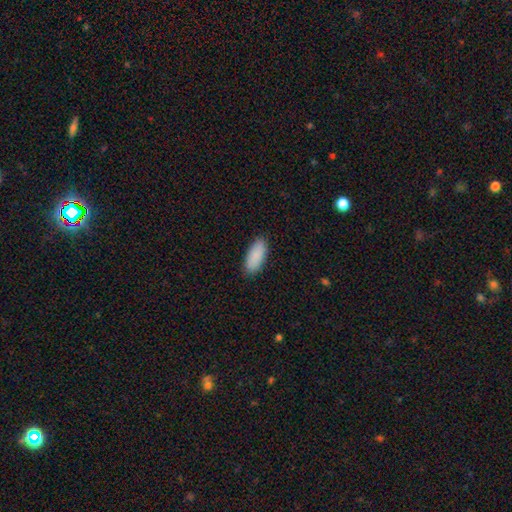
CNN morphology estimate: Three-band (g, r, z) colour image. It shows a smooth galaxy with no disk features (90%) that is in between round and cigar-shaped (87%). Merging: none (88%).